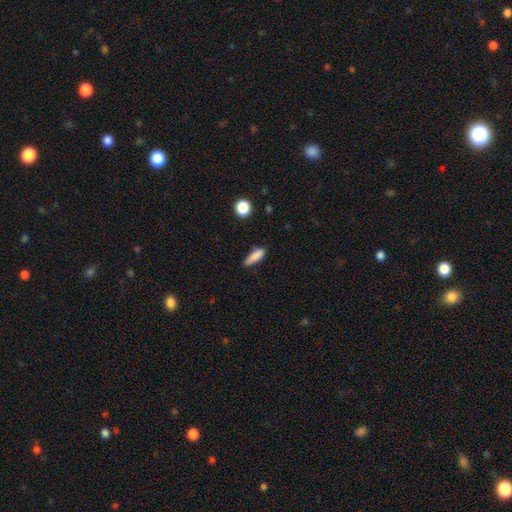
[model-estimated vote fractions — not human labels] smooth-or-featured: smooth: 85% | star or artifact: 8% | featured or disk: 7%
  how-rounded: cigar-shaped: 56% | in between: 42% | round: 3%
  merging: none: 68% | minor disturbance: 26% | major disturbance: 4% | merger: 2%